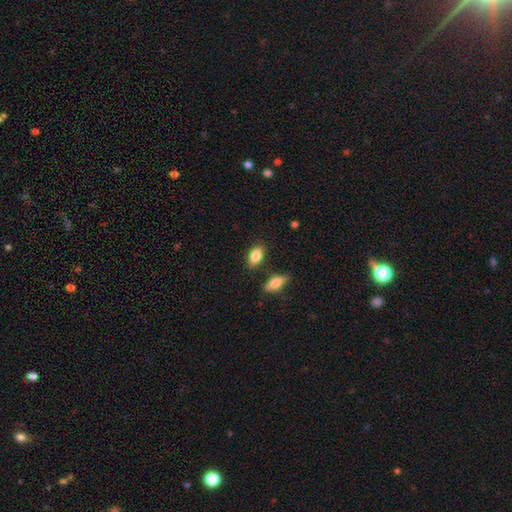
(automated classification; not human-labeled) Morphology: type=smooth (83%); roundness=in between (89%); merging=none (81%).